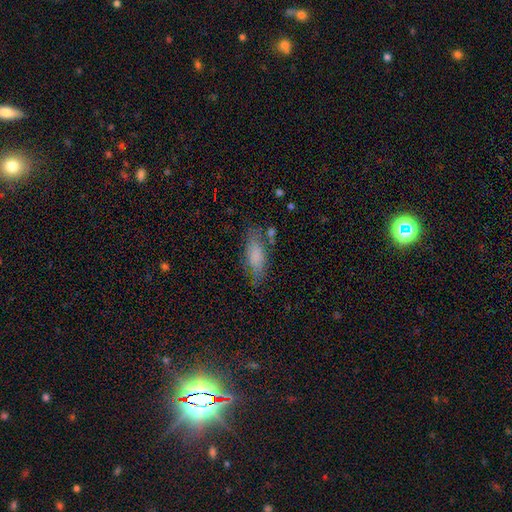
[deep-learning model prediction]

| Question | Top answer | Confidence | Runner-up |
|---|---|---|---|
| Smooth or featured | smooth | 76% | featured or disk (16%) |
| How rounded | in between | 71% | cigar-shaped (26%) |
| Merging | none | 68% | minor disturbance (20%) |